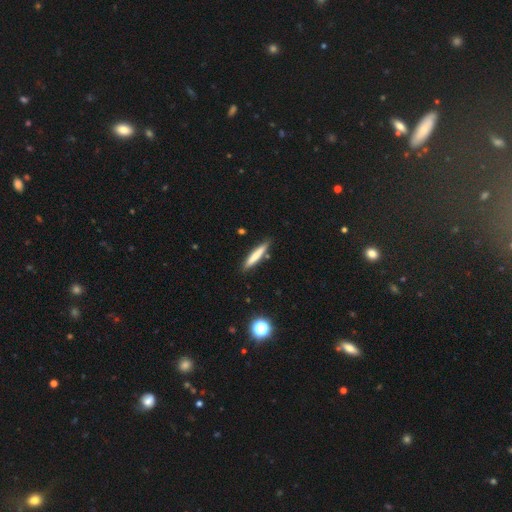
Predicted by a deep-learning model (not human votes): This is likely a smooth galaxy (73%). How rounded: clearly cigar-shaped (92%). Merging: clearly none (87%).